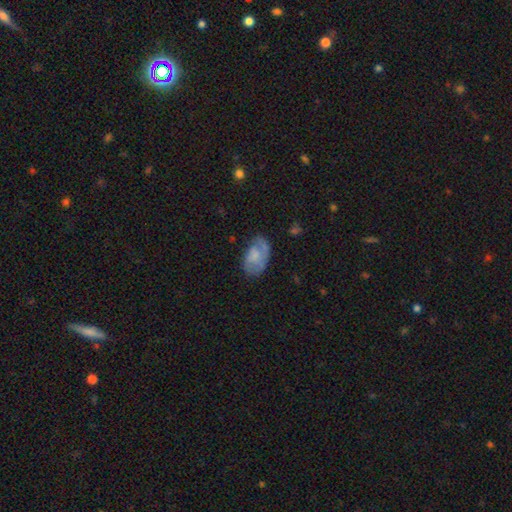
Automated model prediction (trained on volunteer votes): This is possibly a smooth galaxy (49%). Merging: possibly none (54%).